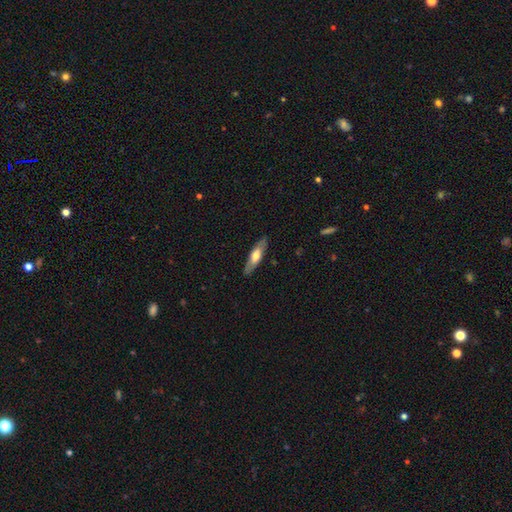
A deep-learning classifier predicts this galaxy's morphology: Smooth or featured: smooth — 51% (featured or disk — 44%)
How rounded: cigar-shaped — 61% (in between — 37%)
Merging: none — 86% (minor disturbance — 10%)